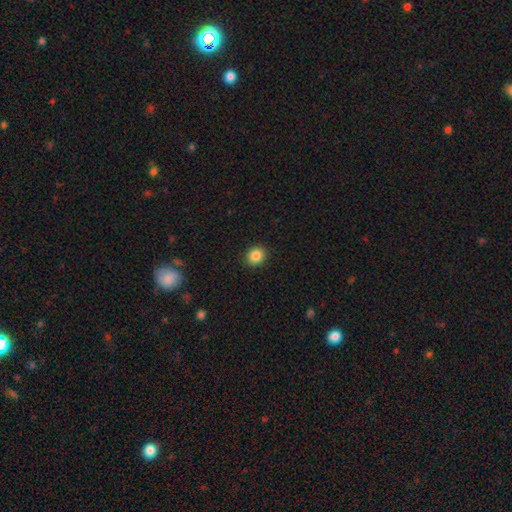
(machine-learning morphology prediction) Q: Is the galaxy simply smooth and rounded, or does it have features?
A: smooth — 86%.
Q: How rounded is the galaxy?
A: round — 73%.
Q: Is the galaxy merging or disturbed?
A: none — 91%.